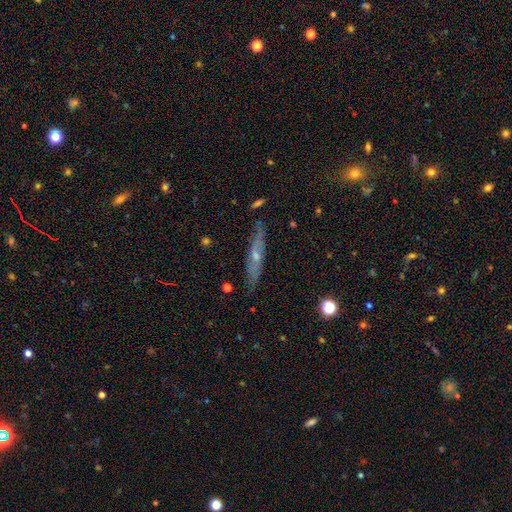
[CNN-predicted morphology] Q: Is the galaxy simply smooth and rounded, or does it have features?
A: featured or disk — 63%.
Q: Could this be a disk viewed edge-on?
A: yes — 77%.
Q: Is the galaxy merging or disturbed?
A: none — 79%.